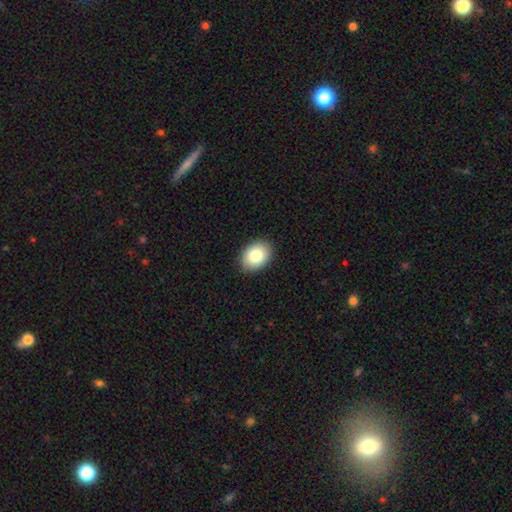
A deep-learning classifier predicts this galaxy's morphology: This is clearly a smooth galaxy (84%). How rounded: likely in between (73%). Merging: clearly none (89%).